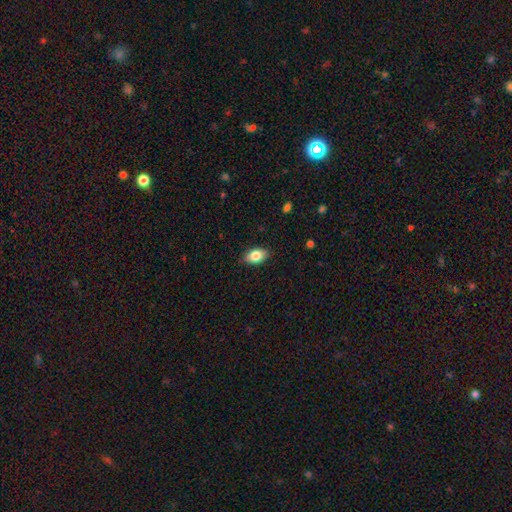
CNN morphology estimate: smooth_or_featured: smooth (p=0.83) [alt: featured or disk p=0.09]
how_rounded: in between (p=0.90) [alt: round p=0.08]
merging: none (p=0.86) [alt: minor disturbance p=0.10]